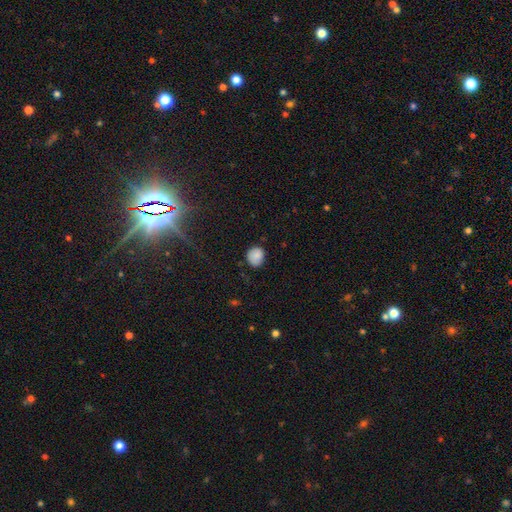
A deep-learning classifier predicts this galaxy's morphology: Smooth or featured: smooth — 83% (star or artifact — 9%)
How rounded: round — 73% (in between — 26%)
Merging: none — 72% (minor disturbance — 22%)